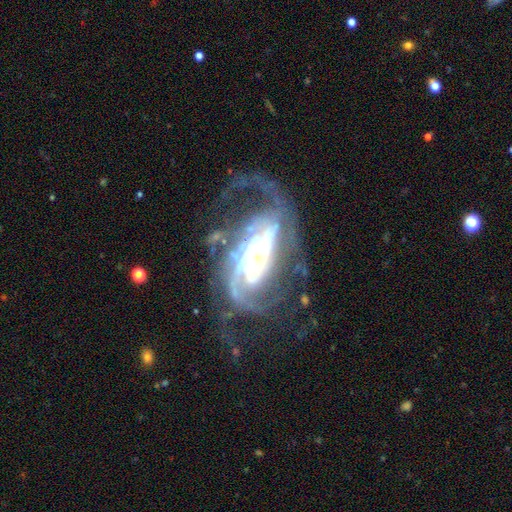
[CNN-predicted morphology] This is clearly a featured or disk galaxy (88%). It is clearly not viewed edge-on (95%). Bar: possibly no (50%). Spiral arm pattern: clearly yes (95%). Spiral arm count: marginally 2 (39%). Spiral winding: marginally tight (42%). Central bulge: possibly small (57%). Merging: possibly none (46%).